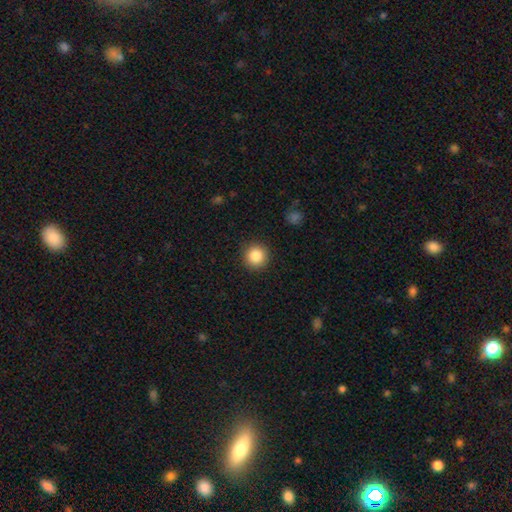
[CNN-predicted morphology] Smooth or featured? smooth (85%)
How rounded? round (94%)
Merging? none (91%)